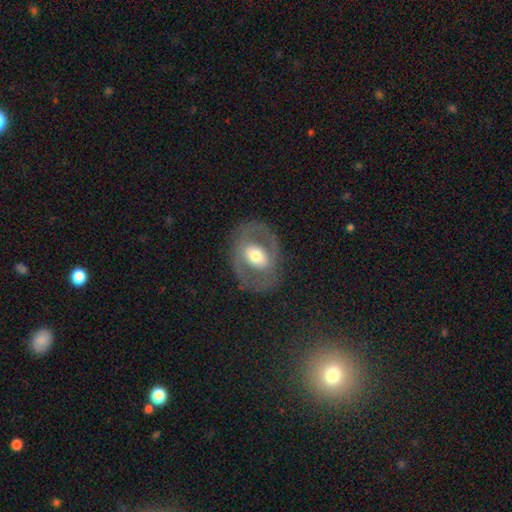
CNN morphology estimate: A featured or disk galaxy (62%) with no bar (45%), no spiral arms (64%) and a moderate central bulge (60%).

Vote fractions:
- Smooth or featured? featured or disk: 62% / smooth: 32% / star or artifact: 6%
- Edge-on disk? no: 93% / yes: 7%
- Bar? no: 45% / weak: 30% / strong: 25%
- Spiral arms? no: 64% / yes: 36%
- Bulge size? moderate: 60% / large: 26% / small: 10% / dominant: 3% / none: 1%
- Merging? none: 76% / minor disturbance: 13% / major disturbance: 10% / merger: 1%